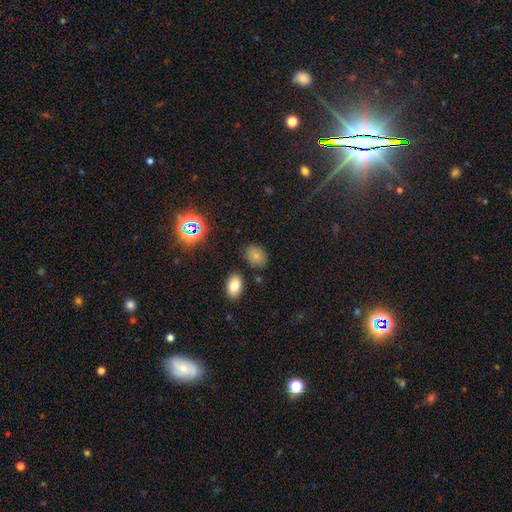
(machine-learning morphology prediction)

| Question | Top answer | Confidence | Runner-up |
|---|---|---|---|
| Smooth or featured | smooth | 76% | star or artifact (17%) |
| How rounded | in between | 68% | round (30%) |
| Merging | none | 81% | minor disturbance (12%) |